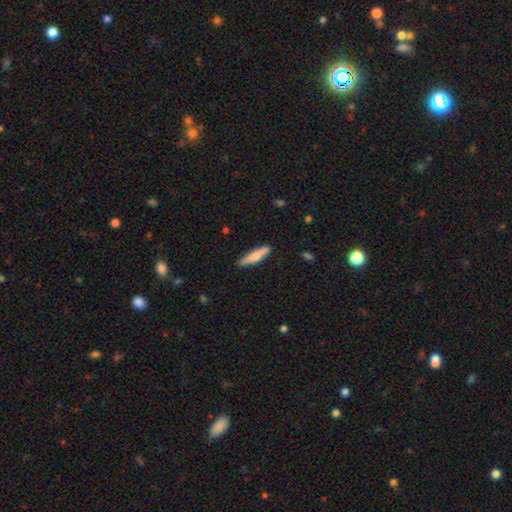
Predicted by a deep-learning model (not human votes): Morphology: type=smooth (62%); roundness=cigar-shaped (83%); merging=none (87%).